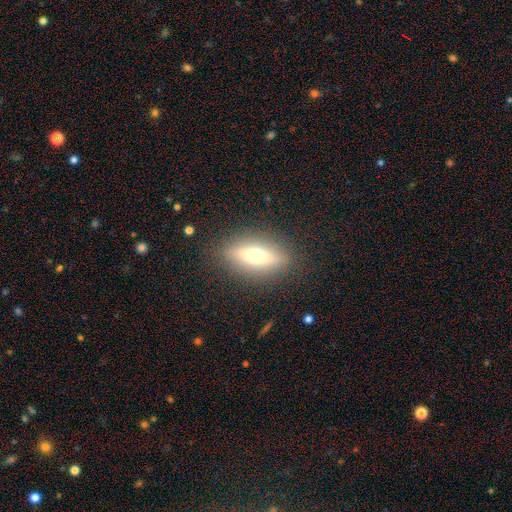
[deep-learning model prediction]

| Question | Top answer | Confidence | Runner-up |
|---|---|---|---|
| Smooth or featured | smooth | 49% | featured or disk (42%) |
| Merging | none | 86% | minor disturbance (9%) |